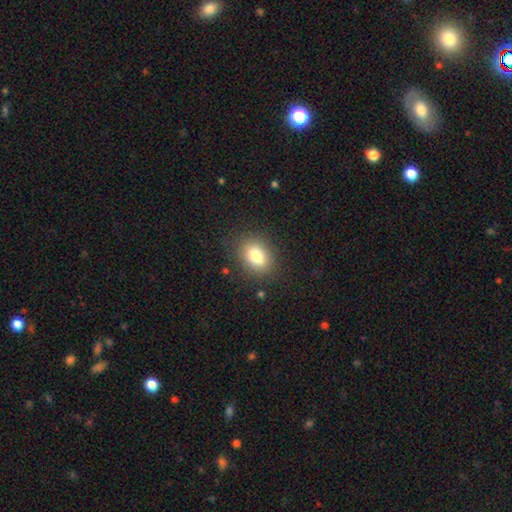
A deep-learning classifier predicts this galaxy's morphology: This is likely a smooth galaxy (79%). How rounded: likely in between (67%). Merging: clearly none (84%).